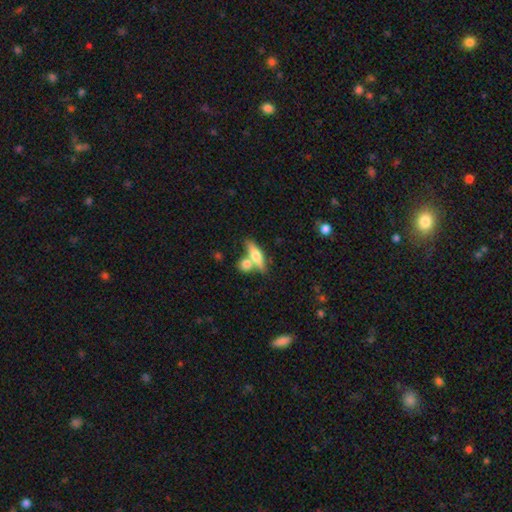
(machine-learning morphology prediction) Smooth or featured?
  - smooth: 57% *
  - featured or disk: 37%
  - star or artifact: 7%
How rounded?
  - cigar-shaped: 55% *
  - in between: 38%
  - round: 7%
Merging?
  - none: 51% *
  - merger: 34%
  - minor disturbance: 10%
  - major disturbance: 4%